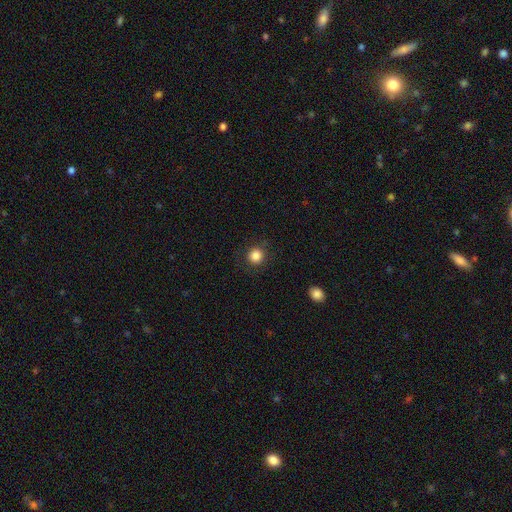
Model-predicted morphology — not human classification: smooth-or-featured: smooth: 85% | star or artifact: 11% | featured or disk: 4%
  how-rounded: round: 93% | in between: 6% | cigar-shaped: 1%
  merging: none: 88% | minor disturbance: 7% | major disturbance: 3% | merger: 1%